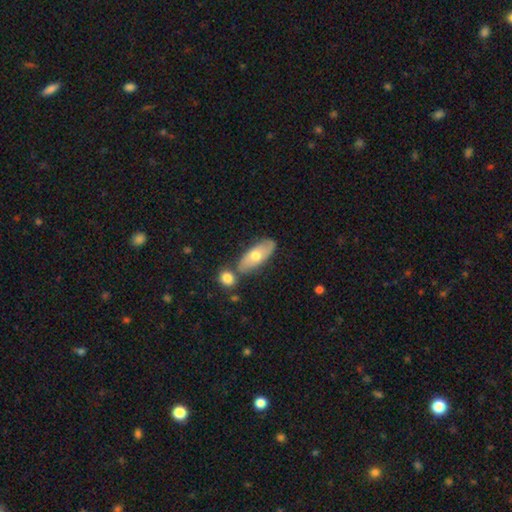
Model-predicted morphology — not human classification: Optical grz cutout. It shows a smooth galaxy with no disk features (60%) that is in between round and cigar-shaped (78%). Merging: none (67%).